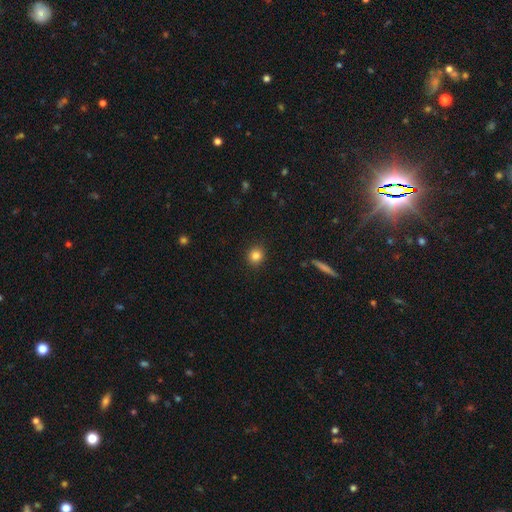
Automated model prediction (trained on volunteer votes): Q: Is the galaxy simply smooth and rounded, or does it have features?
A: smooth — 84%.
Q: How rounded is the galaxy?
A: round — 87%.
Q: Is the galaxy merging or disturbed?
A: none — 91%.